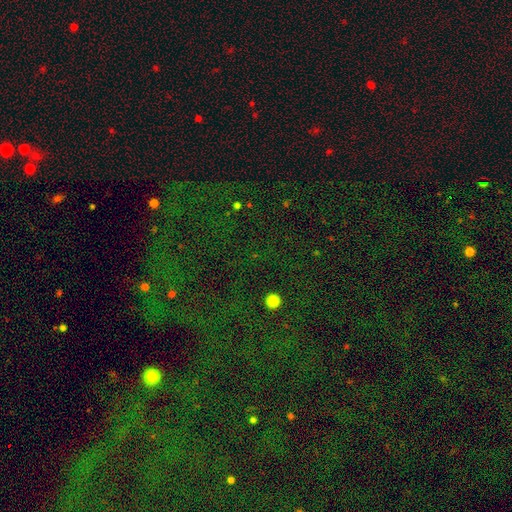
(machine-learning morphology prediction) Smooth or featured: star or artifact — 79% (smooth — 12%)